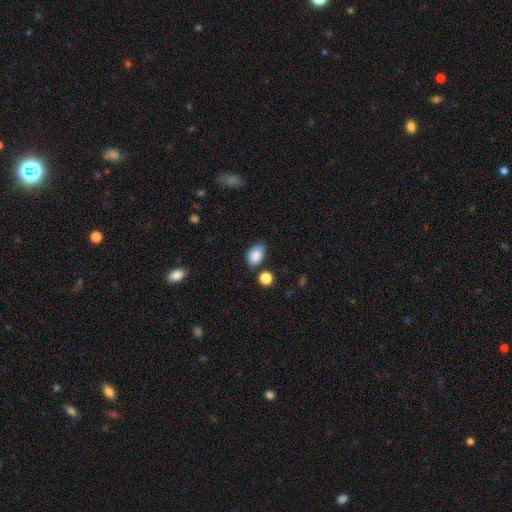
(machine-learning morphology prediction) Smooth or featured: smooth — 86% (star or artifact — 8%)
How rounded: in between — 84% (round — 15%)
Merging: none — 71% (minor disturbance — 19%)